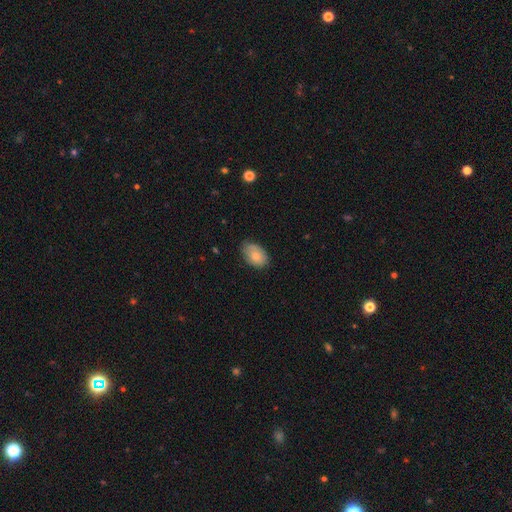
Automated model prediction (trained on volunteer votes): Smooth or featured: smooth — 79% (featured or disk — 14%)
How rounded: in between — 87% (round — 12%)
Merging: none — 68% (minor disturbance — 26%)